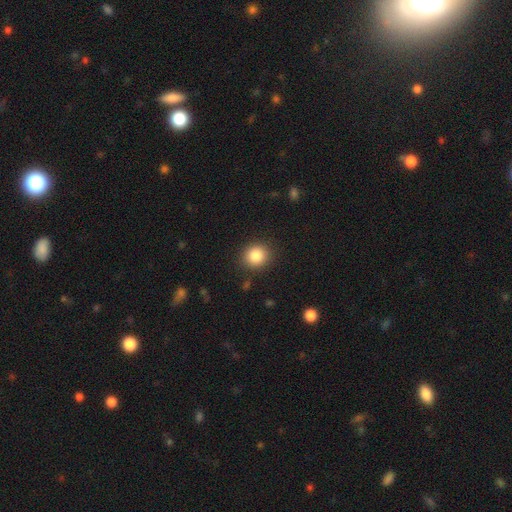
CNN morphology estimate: This is clearly a smooth galaxy (85%). How rounded: clearly round (81%). Merging: clearly none (89%).